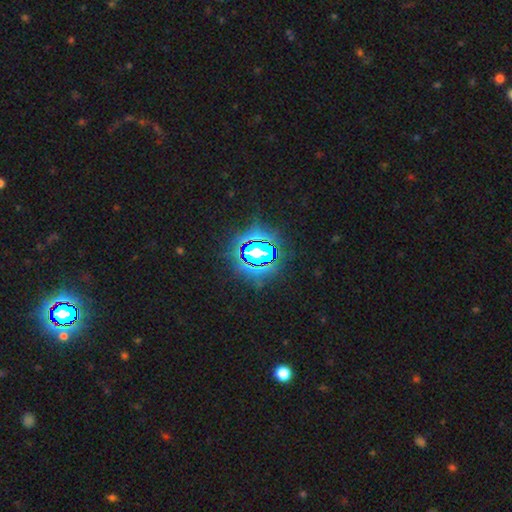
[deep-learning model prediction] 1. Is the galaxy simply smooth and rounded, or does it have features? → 75% star or artifact, 14% smooth, 11% featured or disk.